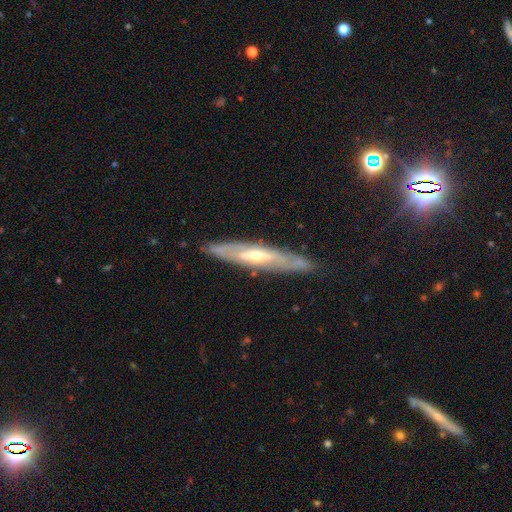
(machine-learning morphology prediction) smooth-or-featured: featured or disk: 75% | smooth: 18% | star or artifact: 6%
  disk-edge-on: yes: 59% | no: 41%
  merging: none: 83% | minor disturbance: 13% | major disturbance: 3% | merger: 1%